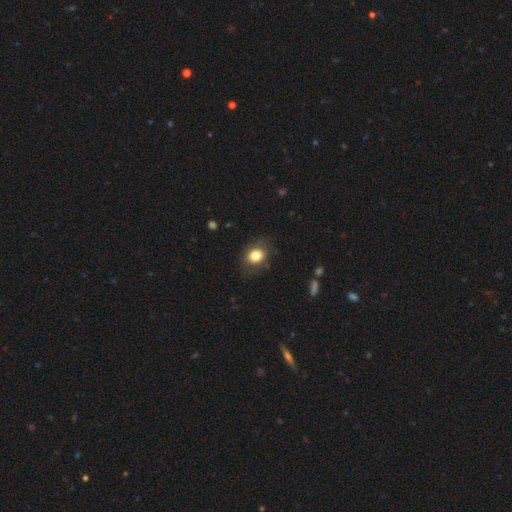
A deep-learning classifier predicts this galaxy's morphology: Q: Smooth or featured?
A: smooth (81%); runner-up: featured or disk (10%)
Q: How rounded?
A: round (57%); runner-up: in between (42%)
Q: Merging?
A: none (77%); runner-up: minor disturbance (16%)